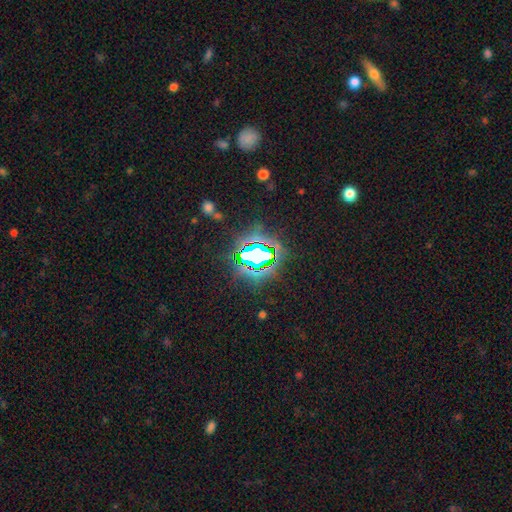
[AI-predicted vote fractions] smooth-or-featured: star or artifact: 75% | smooth: 15% | featured or disk: 10%